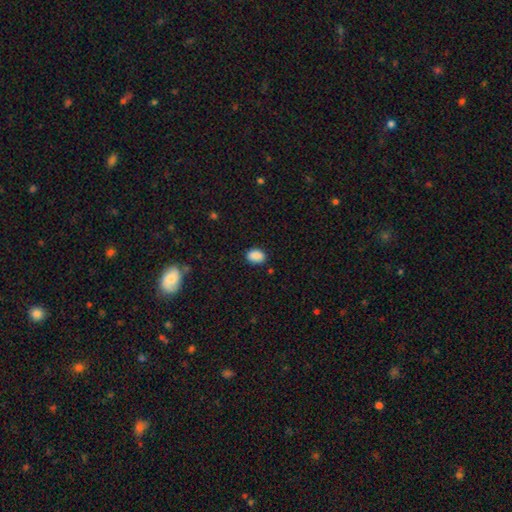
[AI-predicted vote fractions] Smooth or featured? Predicted: smooth (p=0.89). How rounded? Predicted: in between (p=0.77). Merging? Predicted: none (p=0.85).